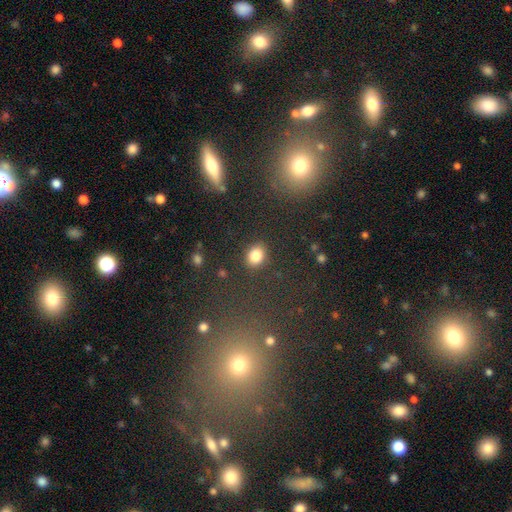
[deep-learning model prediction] The model was most divided on "how rounded": in between: 51%, round: 47%, cigar-shaped: 1%. More confident: merging — none (85%); smooth or featured — smooth (83%).